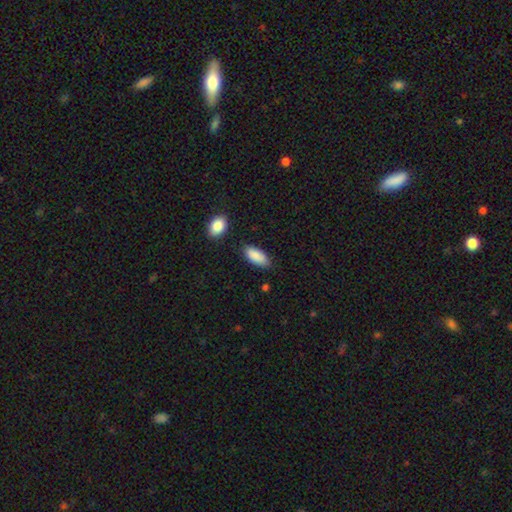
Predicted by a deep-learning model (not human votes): smooth_or_featured: smooth (p=0.89) [alt: star or artifact p=0.06]
how_rounded: in between (p=0.88) [alt: cigar-shaped p=0.10]
merging: none (p=0.80) [alt: minor disturbance p=0.14]